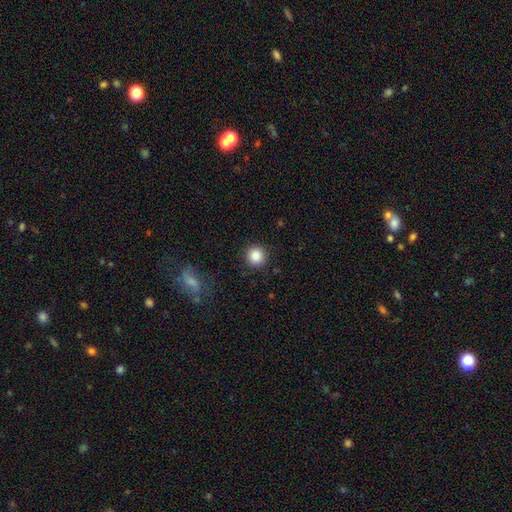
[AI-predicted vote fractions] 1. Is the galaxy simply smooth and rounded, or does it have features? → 86% smooth, 9% star or artifact, 4% featured or disk.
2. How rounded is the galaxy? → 92% round, 7% in between, 1% cigar-shaped.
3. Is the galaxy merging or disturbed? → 89% none, 7% minor disturbance, 3% major disturbance, 2% merger.